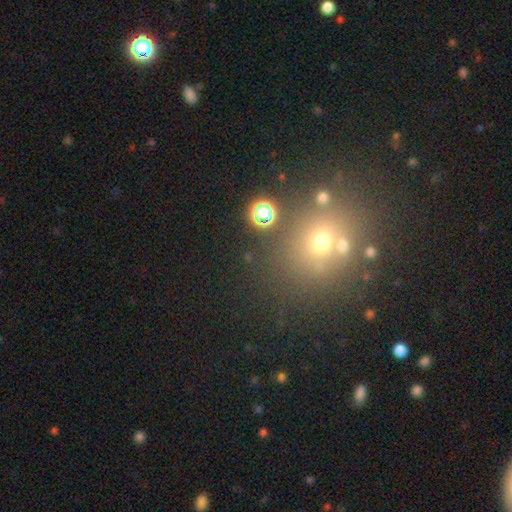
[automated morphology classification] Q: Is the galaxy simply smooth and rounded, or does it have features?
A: smooth — 47%.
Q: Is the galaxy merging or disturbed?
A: none — 71%.